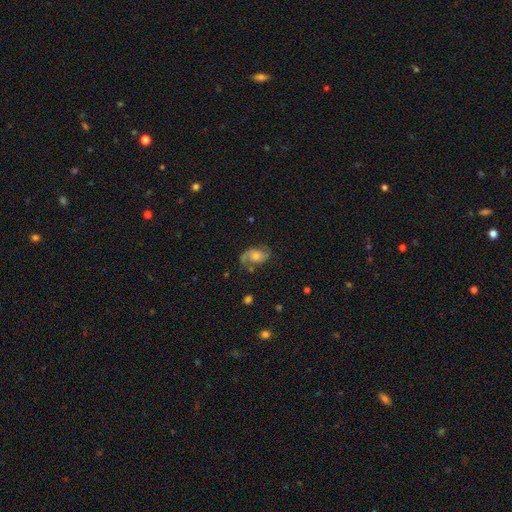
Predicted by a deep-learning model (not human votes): Morphology: type=featured or disk (68%); edge-on=no (97%); bar=no (68%); spiral arms=yes (91%); winding=medium (45%); arm count=2 (78%); bulge=moderate (51%); merging=none (65%).